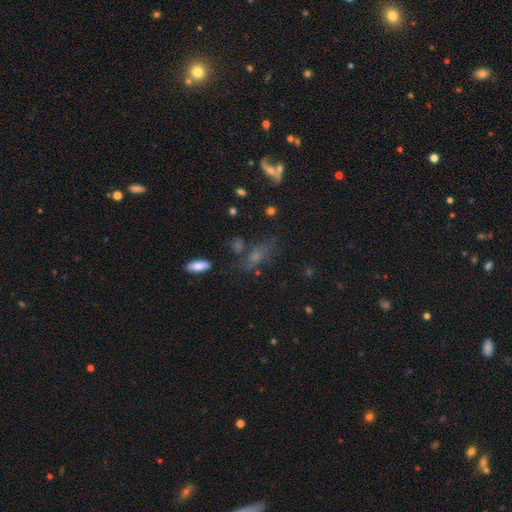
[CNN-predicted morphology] Smooth or featured? smooth (41%)
Merging? none (55%)